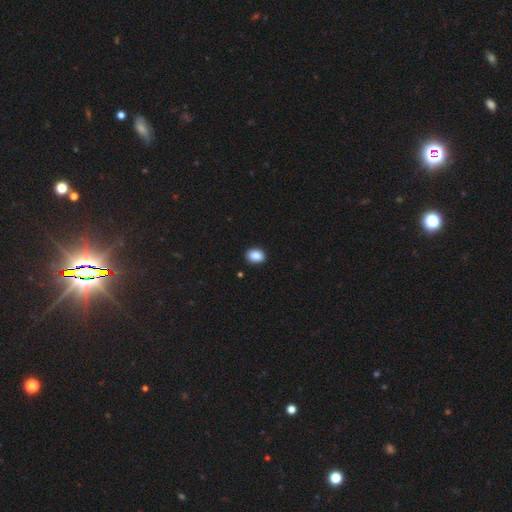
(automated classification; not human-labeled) This appears to be a smooth galaxy with no disk features (88%) that is in between round and cigar-shaped (69%). Merging: none (89%).